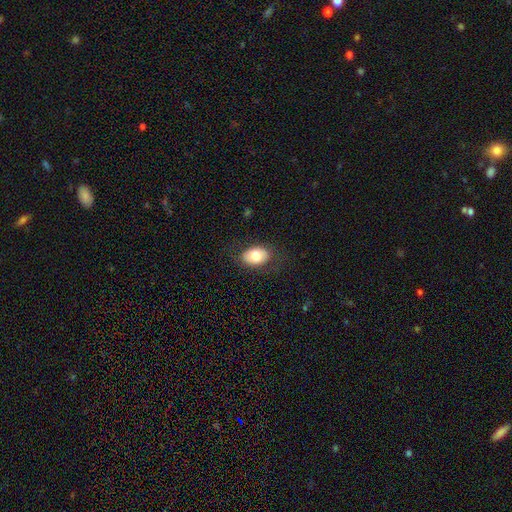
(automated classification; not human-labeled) smooth-or-featured: smooth: 78% | featured or disk: 15% | star or artifact: 7%
  how-rounded: in between: 86% | round: 13% | cigar-shaped: 1%
  merging: none: 81% | minor disturbance: 13% | major disturbance: 5% | merger: 1%